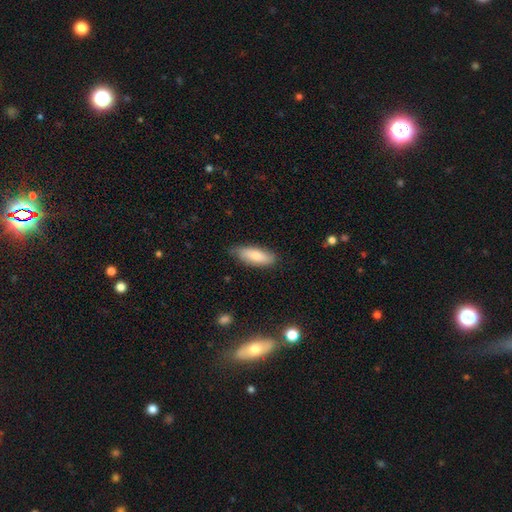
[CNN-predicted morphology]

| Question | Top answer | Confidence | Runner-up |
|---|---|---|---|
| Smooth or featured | smooth | 78% | featured or disk (17%) |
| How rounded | in between | 69% | cigar-shaped (29%) |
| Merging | none | 76% | minor disturbance (20%) |